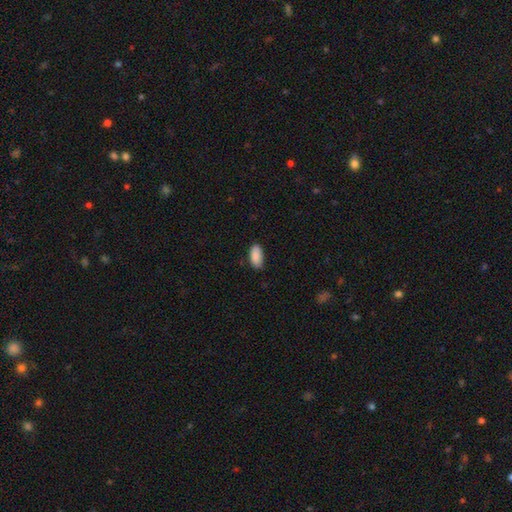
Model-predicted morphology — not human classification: A smooth galaxy with no disk features (90%) that is in between round and cigar-shaped (92%).

Vote fractions:
- Smooth or featured? smooth: 90% / star or artifact: 7% / featured or disk: 4%
- How rounded? in between: 92% / cigar-shaped: 5% / round: 2%
- Merging? none: 80% / minor disturbance: 16% / major disturbance: 3% / merger: 1%